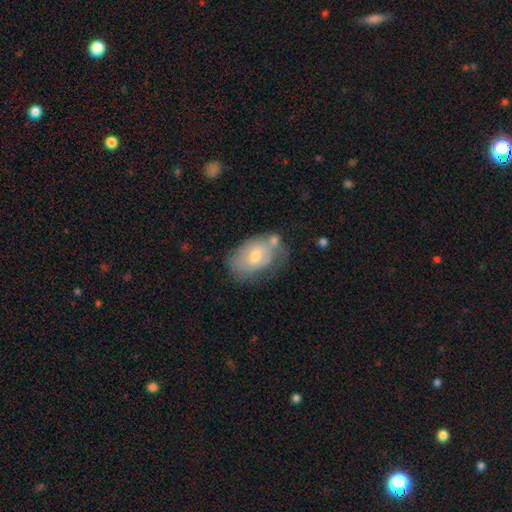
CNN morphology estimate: Smooth or featured?
  - smooth: 53% *
  - featured or disk: 40%
  - star or artifact: 7%
How rounded?
  - in between: 85% *
  - round: 13%
  - cigar-shaped: 1%
Merging?
  - none: 46% *
  - minor disturbance: 29%
  - major disturbance: 13%
  - merger: 12%